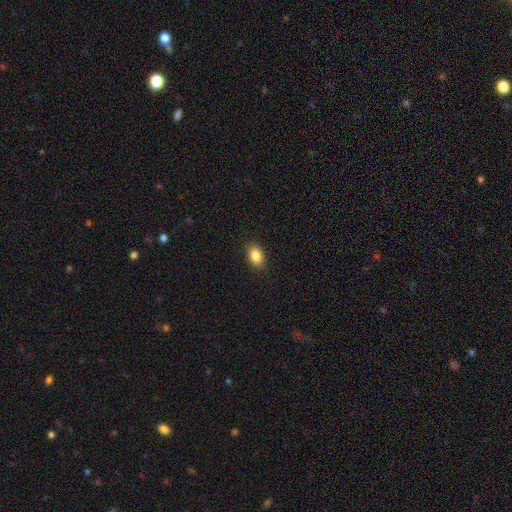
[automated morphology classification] Smooth or featured? Predicted: smooth (p=0.85). How rounded? Predicted: in between (p=0.82). Merging? Predicted: none (p=0.89).